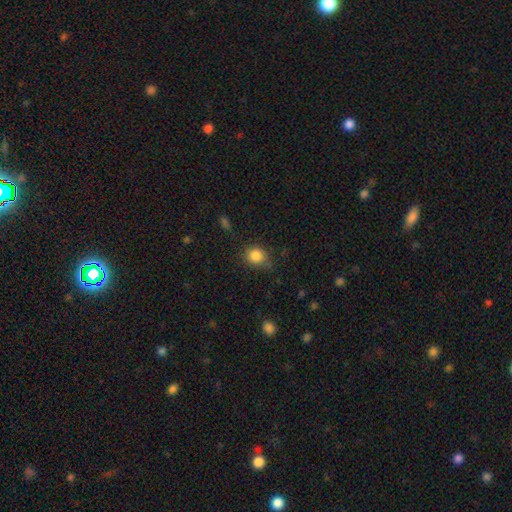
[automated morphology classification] This appears to be a smooth galaxy with no disk features (85%) that is round (76%). Merging: none (75%).